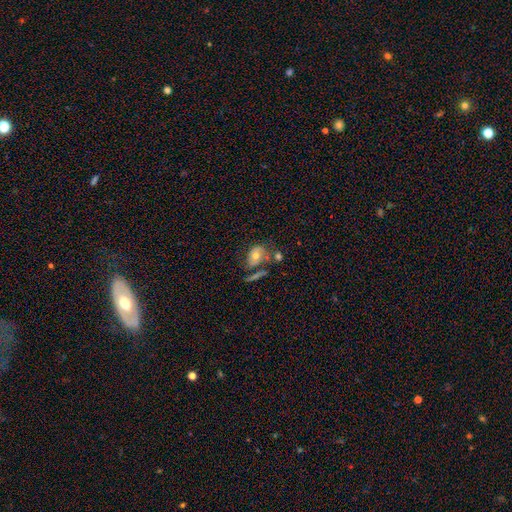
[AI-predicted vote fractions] This appears to be a smooth galaxy with no disk features (52%) that is in between round and cigar-shaped (69%). Merging: none (40%).